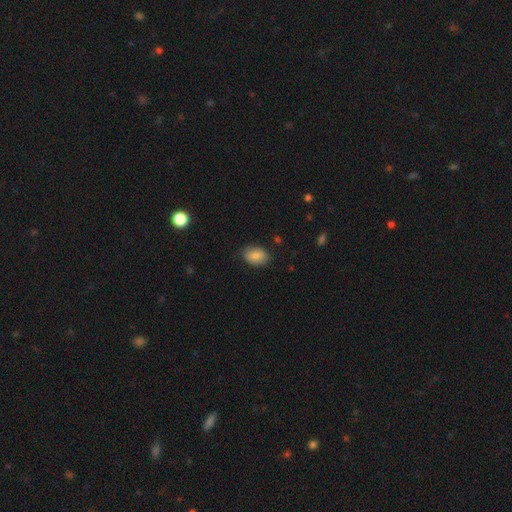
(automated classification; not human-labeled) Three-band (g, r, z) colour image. It shows a smooth galaxy with no disk features (84%) that is in between round and cigar-shaped (84%). Merging: none (84%).